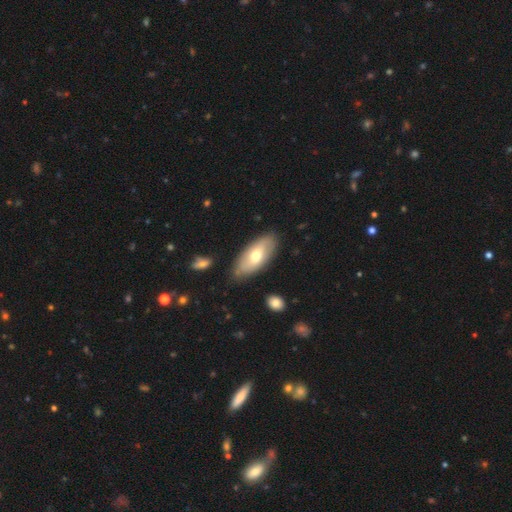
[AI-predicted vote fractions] A smooth galaxy with no disk features (59%) that is in between round and cigar-shaped (87%). Merging: none (79%).